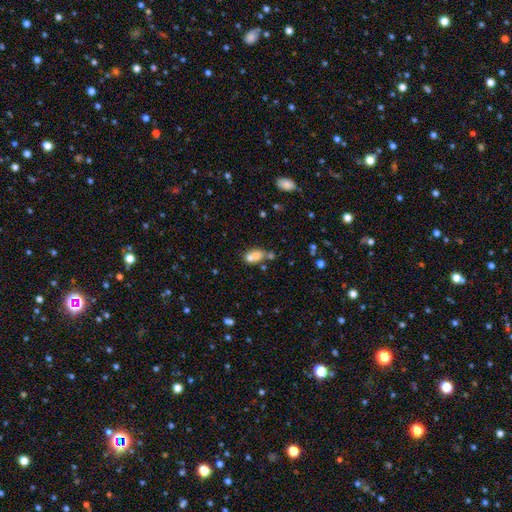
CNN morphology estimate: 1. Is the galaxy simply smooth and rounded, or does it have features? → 69% smooth, 19% featured or disk, 12% star or artifact.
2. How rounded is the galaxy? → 74% in between, 22% round, 4% cigar-shaped.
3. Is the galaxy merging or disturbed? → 48% merger, 34% none, 12% minor disturbance, 6% major disturbance.